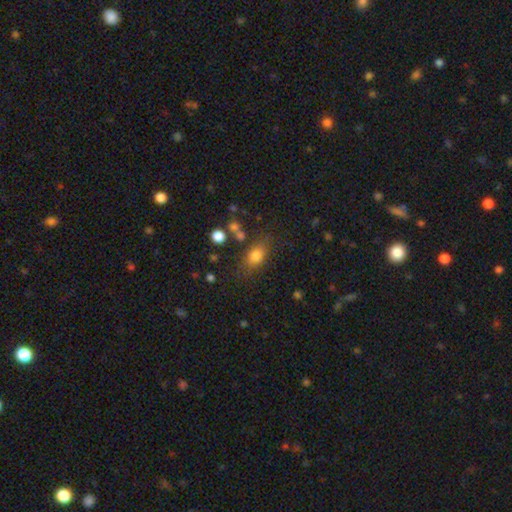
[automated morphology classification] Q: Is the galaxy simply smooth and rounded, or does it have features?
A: smooth — 77%.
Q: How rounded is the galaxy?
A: in between — 69%.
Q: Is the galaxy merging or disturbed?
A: none — 70%.